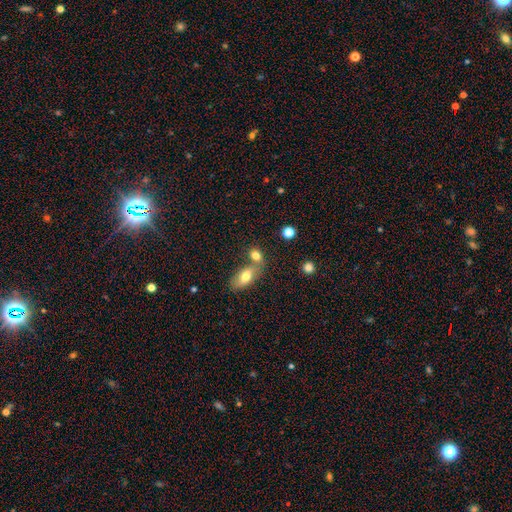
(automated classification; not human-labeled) A smooth galaxy with no disk features (79%) that is in between round and cigar-shaped (66%). Merging: none (44%, tied with merger).